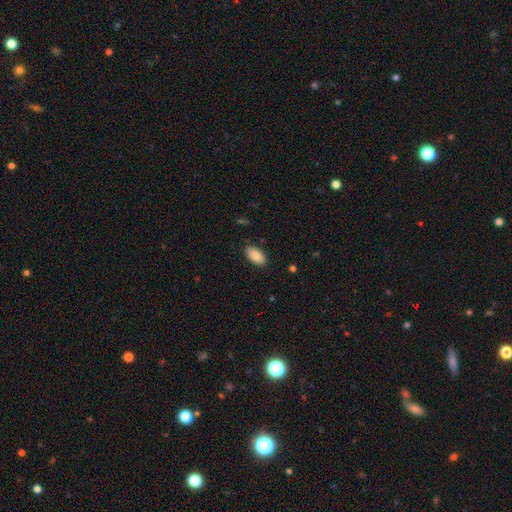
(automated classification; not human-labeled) This appears to be a smooth galaxy with no disk features (86%) that is in between round and cigar-shaped (95%). Merging: none (87%).